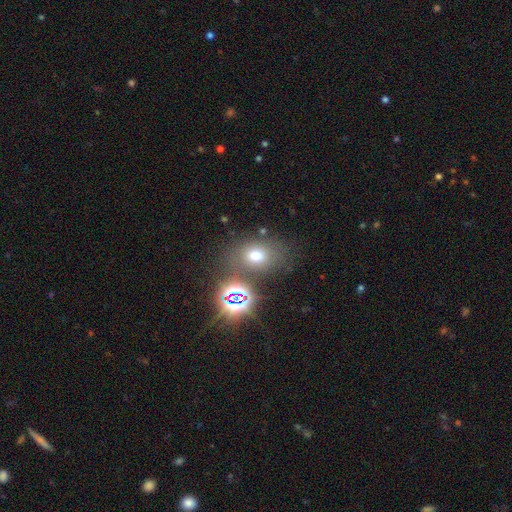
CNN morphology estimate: Smooth or featured?
  - smooth: 65% *
  - star or artifact: 23%
  - featured or disk: 12%
How rounded?
  - in between: 61% *
  - round: 38%
  - cigar-shaped: 1%
Merging?
  - none: 68% *
  - minor disturbance: 14%
  - merger: 12%
  - major disturbance: 7%